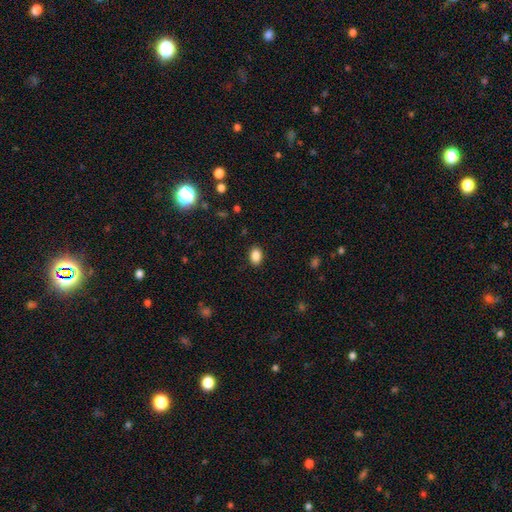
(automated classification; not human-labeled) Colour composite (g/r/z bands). It shows a smooth galaxy with no disk features (87%) that is in between round and cigar-shaped (82%). Merging: none (89%).